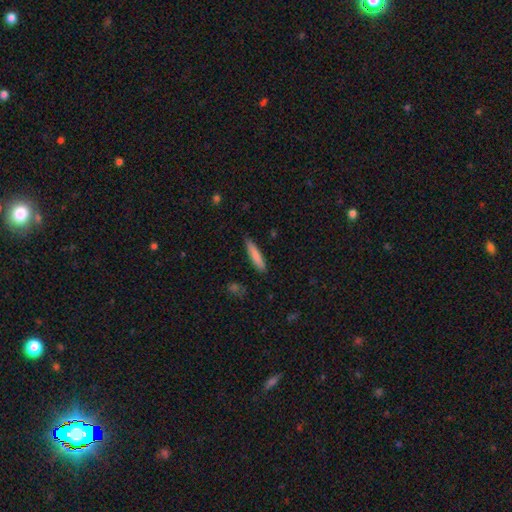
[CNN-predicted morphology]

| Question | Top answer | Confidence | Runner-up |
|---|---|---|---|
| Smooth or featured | smooth | 80% | featured or disk (13%) |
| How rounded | cigar-shaped | 88% | in between (11%) |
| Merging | none | 84% | minor disturbance (12%) |